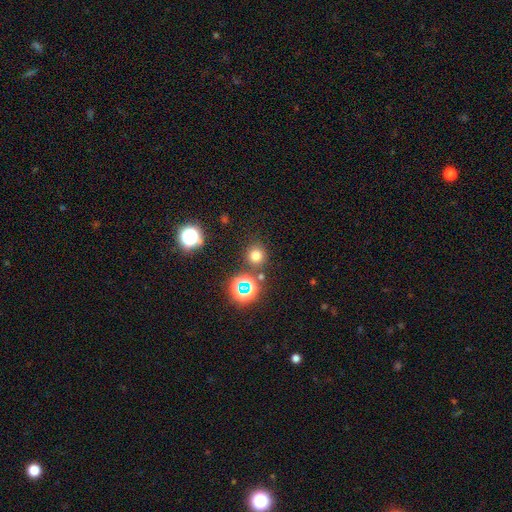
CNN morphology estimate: This is likely a smooth galaxy (69%). How rounded: clearly round (90%). Merging: clearly none (81%).